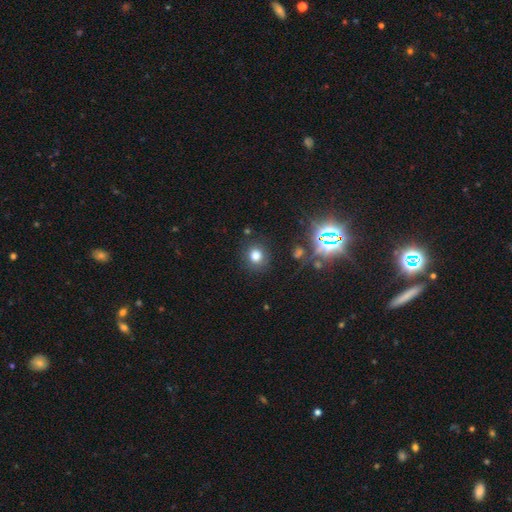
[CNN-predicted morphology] This is likely a smooth galaxy (74%). How rounded: clearly round (83%). Merging: clearly none (84%).